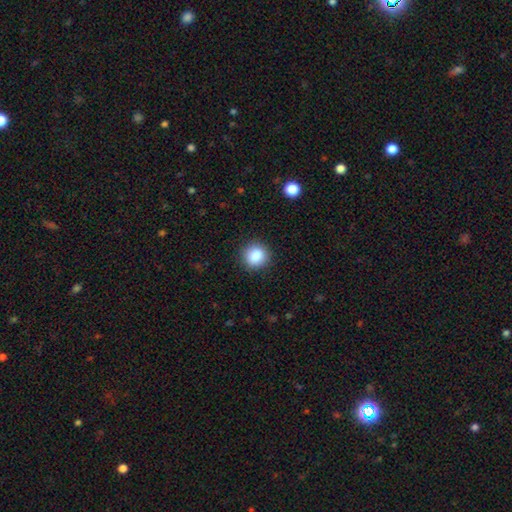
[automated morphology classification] smooth-or-featured: smooth: 87% | star or artifact: 9% | featured or disk: 4%
  how-rounded: round: 88% | in between: 11% | cigar-shaped: 1%
  merging: none: 89% | minor disturbance: 7% | major disturbance: 2% | merger: 1%